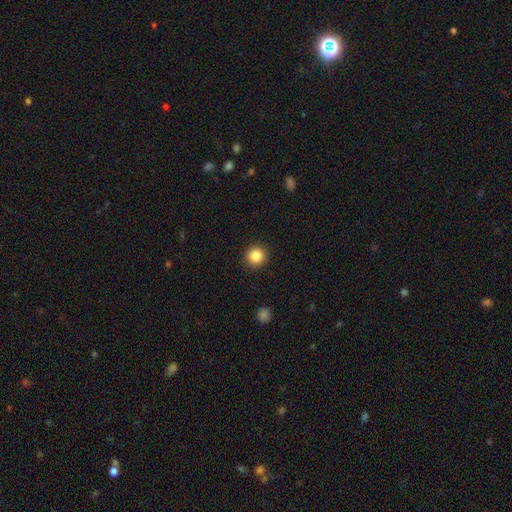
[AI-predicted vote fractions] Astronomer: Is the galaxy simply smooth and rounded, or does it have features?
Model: smooth — 86%.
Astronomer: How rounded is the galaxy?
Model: round — 94%.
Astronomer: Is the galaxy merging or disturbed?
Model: none — 92%.